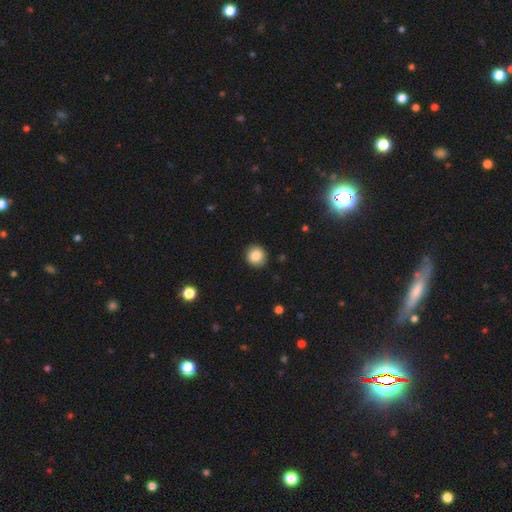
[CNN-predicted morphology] A smooth galaxy with no disk features (86%) that is round (87%).

Vote fractions:
- Smooth or featured? smooth: 86% / star or artifact: 9% / featured or disk: 5%
- How rounded? round: 87% / in between: 12% / cigar-shaped: 1%
- Merging? none: 89% / minor disturbance: 8% / major disturbance: 2% / merger: 1%